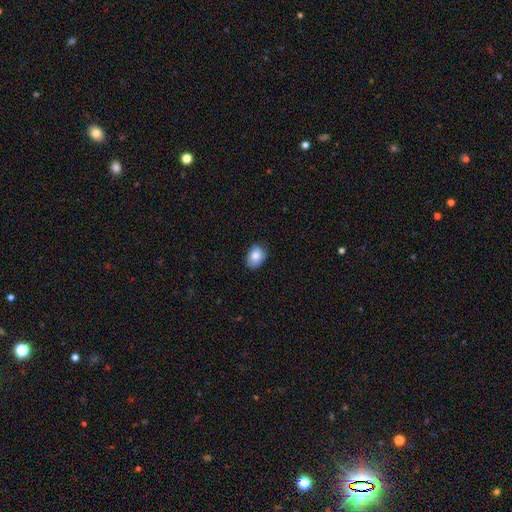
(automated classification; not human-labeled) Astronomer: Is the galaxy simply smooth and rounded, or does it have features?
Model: smooth — 84%.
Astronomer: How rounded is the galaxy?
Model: in between — 69%.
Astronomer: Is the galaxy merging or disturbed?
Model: none — 76%.